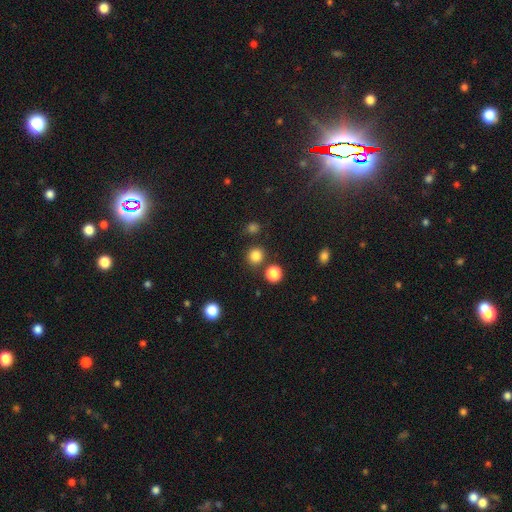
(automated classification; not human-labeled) Overall: smooth (82%). How rounded: round (89%). Merging: none (82%).